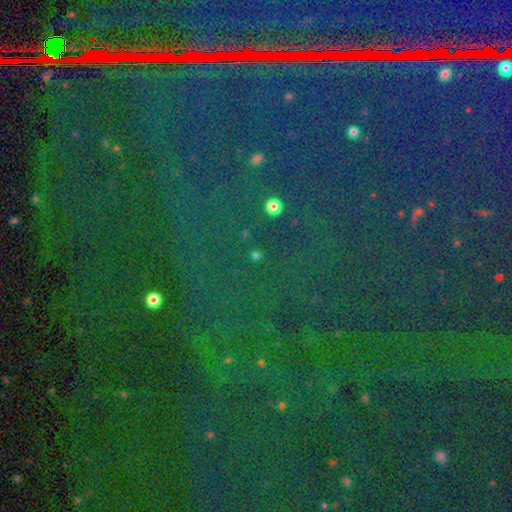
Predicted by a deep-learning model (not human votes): smooth_or_featured: star or artifact (p=0.75) [alt: smooth p=0.17]